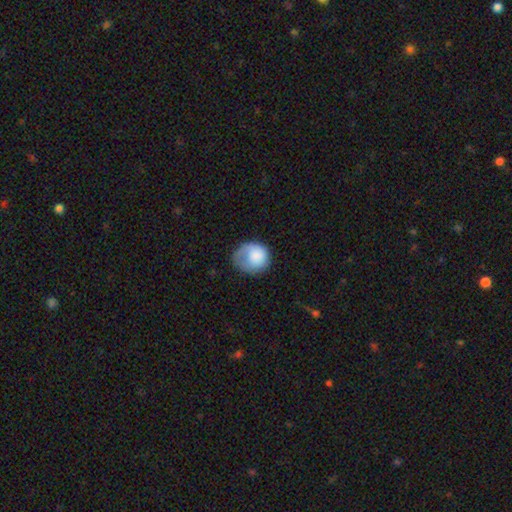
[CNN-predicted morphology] A smooth galaxy with no disk features (74%) that is round (71%).

Vote fractions:
- Smooth or featured? smooth: 74% / featured or disk: 19% / star or artifact: 6%
- How rounded? round: 71% / in between: 28% / cigar-shaped: 1%
- Merging? none: 40% / minor disturbance: 31% / major disturbance: 27% / merger: 2%